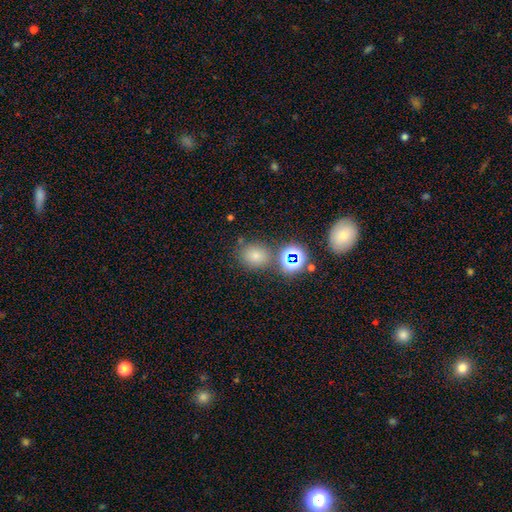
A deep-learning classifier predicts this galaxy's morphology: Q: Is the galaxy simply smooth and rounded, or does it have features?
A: smooth — 61%.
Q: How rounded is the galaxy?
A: round — 68%.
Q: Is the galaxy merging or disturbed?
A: none — 76%.